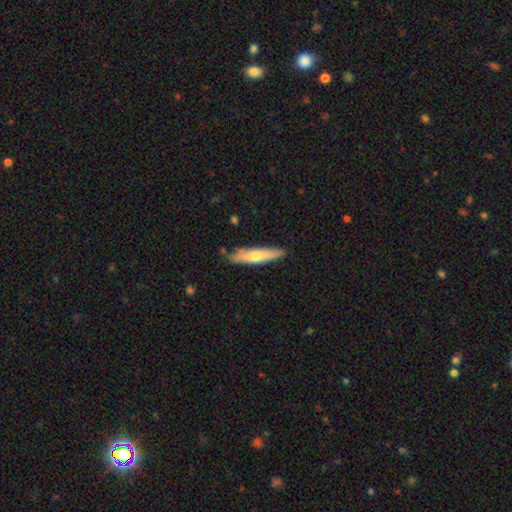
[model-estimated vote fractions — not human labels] Morphology: type=smooth (63%); roundness=cigar-shaped (84%); merging=none (85%).